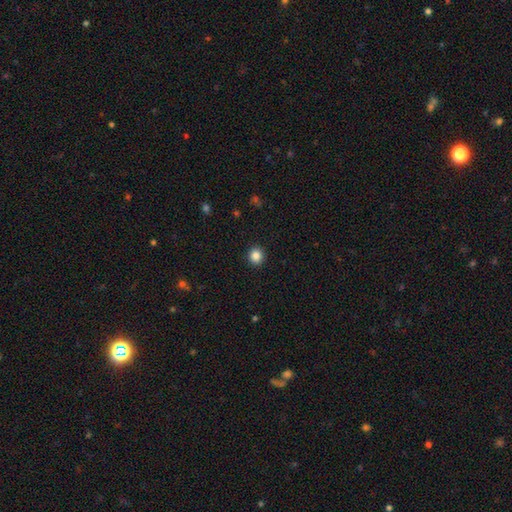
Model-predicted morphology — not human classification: This appears to be a smooth galaxy with no disk features (85%) that is round (88%). Merging: none (92%).